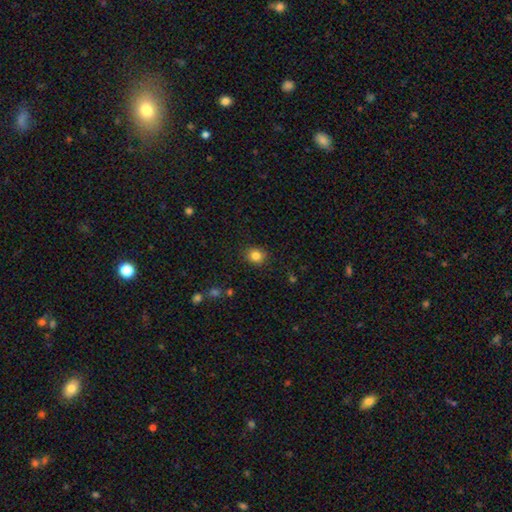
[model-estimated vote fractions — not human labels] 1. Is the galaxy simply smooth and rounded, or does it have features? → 83% smooth, 11% star or artifact, 6% featured or disk.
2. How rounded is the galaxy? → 73% round, 26% in between, 1% cigar-shaped.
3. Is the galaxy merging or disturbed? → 88% none, 8% minor disturbance, 2% major disturbance, 1% merger.